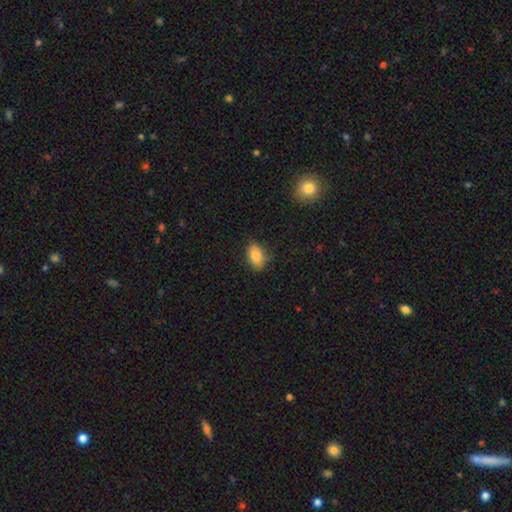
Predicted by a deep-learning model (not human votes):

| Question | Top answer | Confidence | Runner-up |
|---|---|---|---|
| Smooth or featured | smooth | 85% | star or artifact (8%) |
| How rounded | in between | 88% | round (10%) |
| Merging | none | 77% | minor disturbance (18%) |